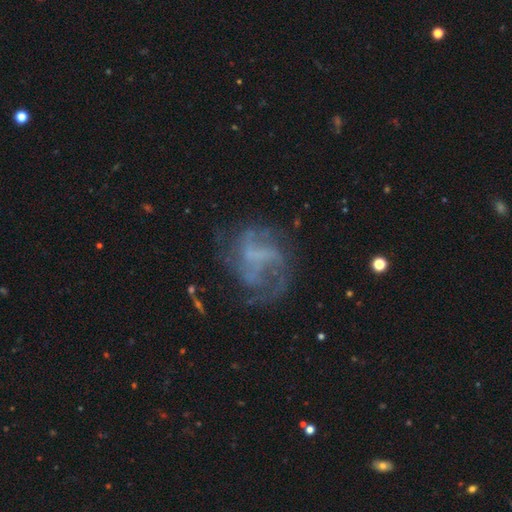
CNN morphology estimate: smooth_or_featured: featured or disk (p=0.74) [alt: smooth p=0.14]
disk_edge_on: no (p=0.98) [alt: yes p=0.02]
bar: no (p=0.49) [alt: weak p=0.37]
has_spiral_arms: yes (p=0.81) [alt: no p=0.19]
spiral_winding: loose (p=0.39) [alt: medium p=0.38]
spiral_arm_count: can't tell (p=0.32) [alt: 3 p=0.23]
bulge_size: none (p=0.69) [alt: small p=0.18]
merging: none (p=0.54) [alt: major disturbance p=0.25]